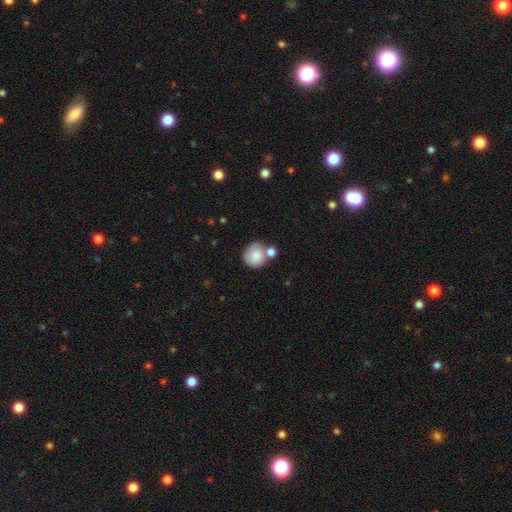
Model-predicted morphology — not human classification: Smooth or featured? smooth (82%)
How rounded? round (88%)
Merging? none (45%)